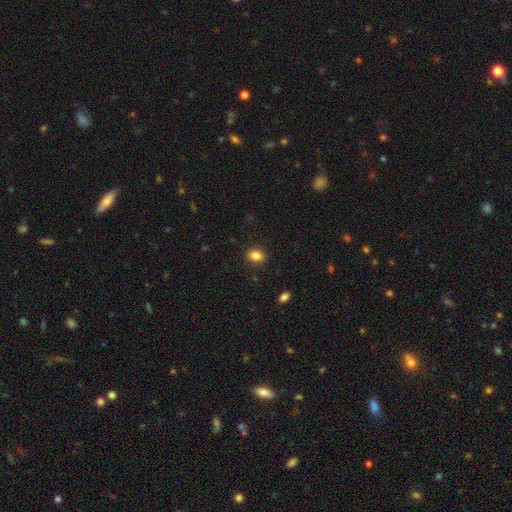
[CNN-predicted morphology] smooth_or_featured: smooth (p=0.85) [alt: star or artifact p=0.10]
how_rounded: in between (p=0.61) [alt: round p=0.38]
merging: none (p=0.88) [alt: minor disturbance p=0.08]